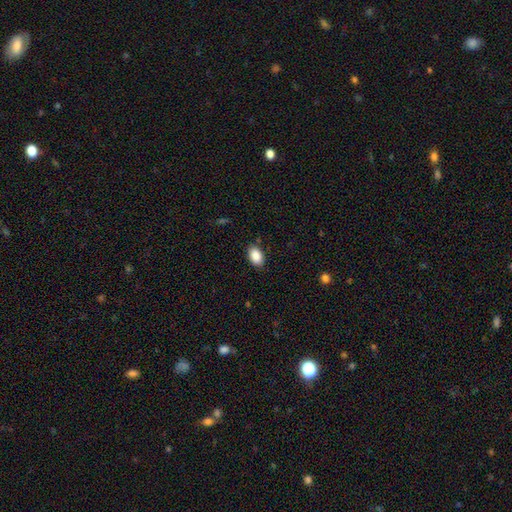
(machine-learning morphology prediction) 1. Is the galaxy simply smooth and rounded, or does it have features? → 88% smooth, 7% star or artifact, 5% featured or disk.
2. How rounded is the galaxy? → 91% in between, 8% round, 1% cigar-shaped.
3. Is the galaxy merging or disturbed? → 88% none, 9% minor disturbance, 2% major disturbance, 1% merger.